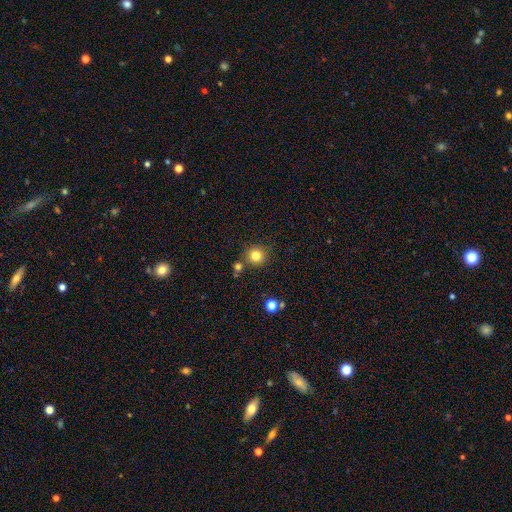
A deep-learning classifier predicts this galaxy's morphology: Smooth or featured: smooth — 81% (star or artifact — 13%)
How rounded: round — 94% (in between — 5%)
Merging: none — 82% (merger — 8%)